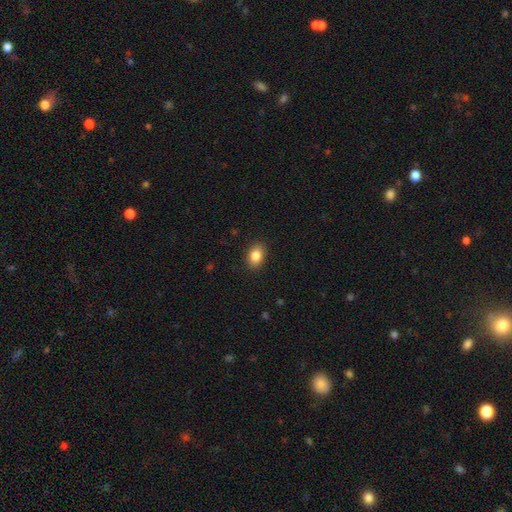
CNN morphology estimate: A smooth galaxy with no disk features (86%) that is in between round and cigar-shaped (78%). Merging: none (89%).